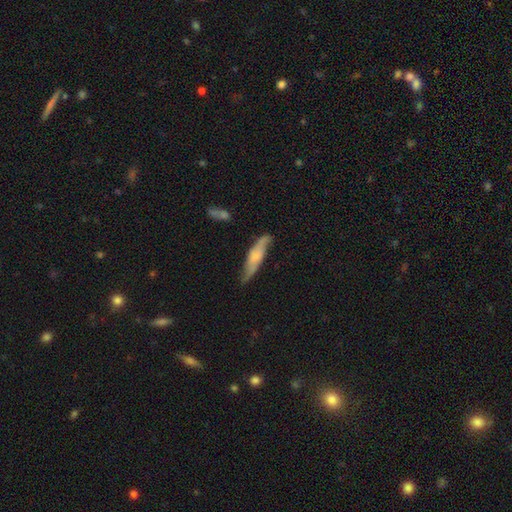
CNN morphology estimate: type=featured or disk (50%); edge-on=no (54%); merging=none (68%).